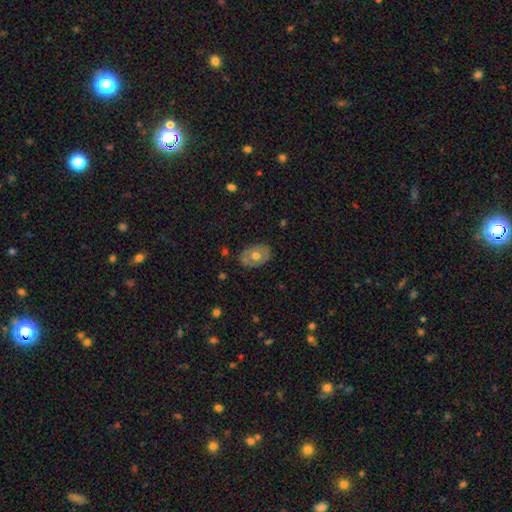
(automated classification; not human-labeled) Smooth or featured? Predicted: smooth (p=0.52). How rounded? Predicted: in between (p=0.71). Merging? Predicted: none (p=0.81).